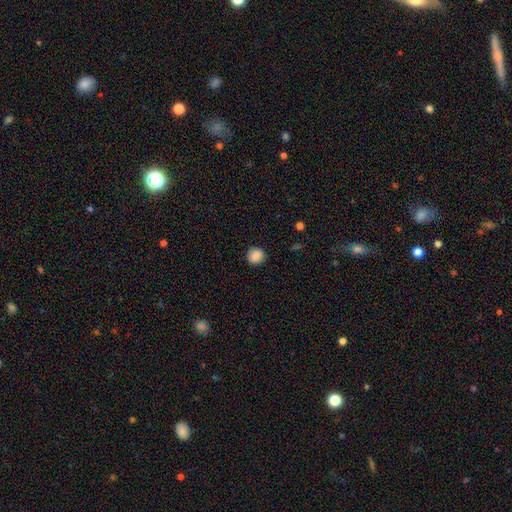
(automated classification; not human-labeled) A smooth galaxy with no disk features (88%) that is round (90%). Merging: none (90%).